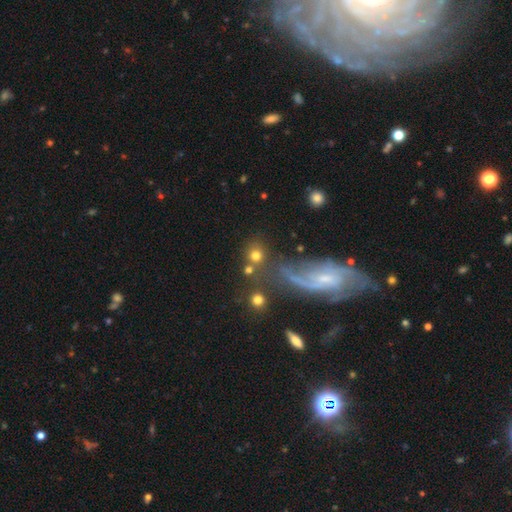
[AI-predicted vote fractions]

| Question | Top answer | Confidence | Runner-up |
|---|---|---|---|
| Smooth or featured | smooth | 73% | featured or disk (15%) |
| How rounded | round | 85% | in between (13%) |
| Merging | none | 66% | merger (15%) |